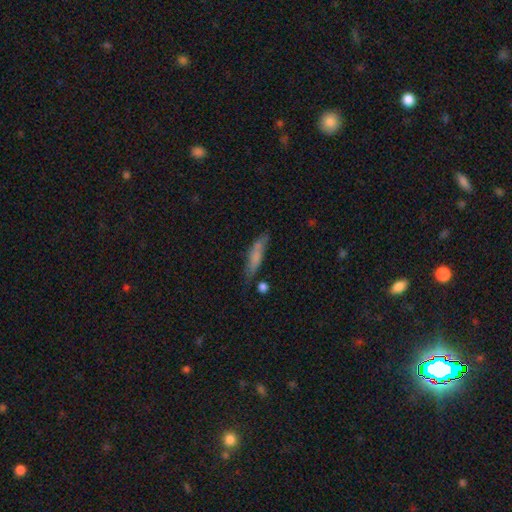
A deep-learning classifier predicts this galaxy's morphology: The model was most divided on "merging": none: 62%, minor disturbance: 24%, major disturbance: 7%, merger: 7%. More confident: how rounded — cigar-shaped (77%); smooth or featured — smooth (66%).